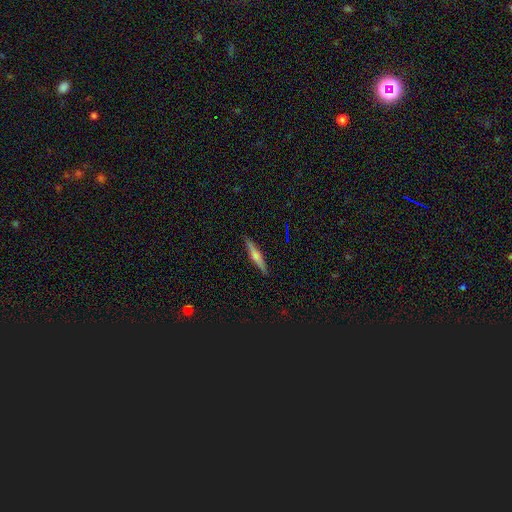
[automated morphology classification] The model was most divided on "smooth or featured": featured or disk: 59%, smooth: 34%, star or artifact: 7%. More confident: edge-on disk — yes (97%); merging — none (91%); edge-on bulge — rounded (78%).